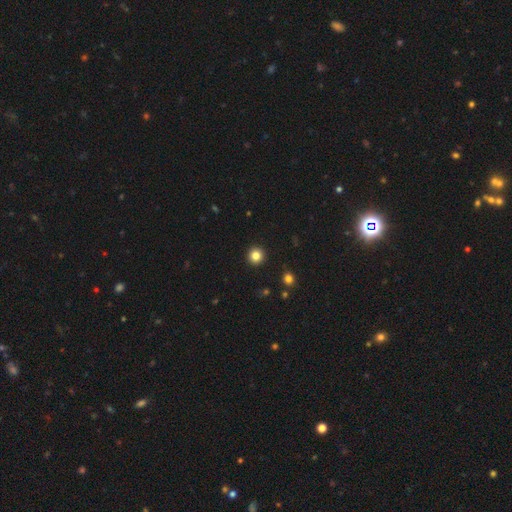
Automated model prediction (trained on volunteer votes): A smooth galaxy with no disk features (83%) that is round (95%). Merging: none (93%).